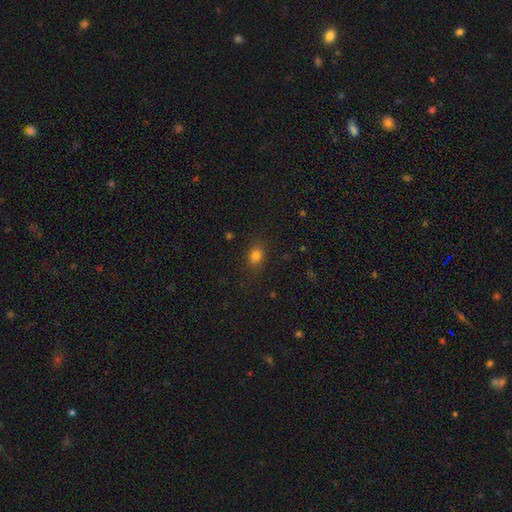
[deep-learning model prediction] This is clearly a smooth galaxy (82%). How rounded: likely in between (61%). Merging: clearly none (83%).